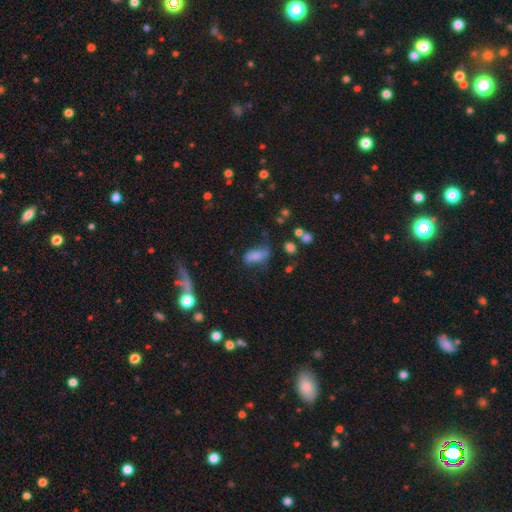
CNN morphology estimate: A smooth galaxy with no disk features (74%) that is in between round and cigar-shaped (83%).

Vote fractions:
- Smooth or featured? smooth: 74% / featured or disk: 14% / star or artifact: 12%
- How rounded? in between: 83% / cigar-shaped: 12% / round: 5%
- Merging? none: 38% / minor disturbance: 32% / major disturbance: 25% / merger: 6%